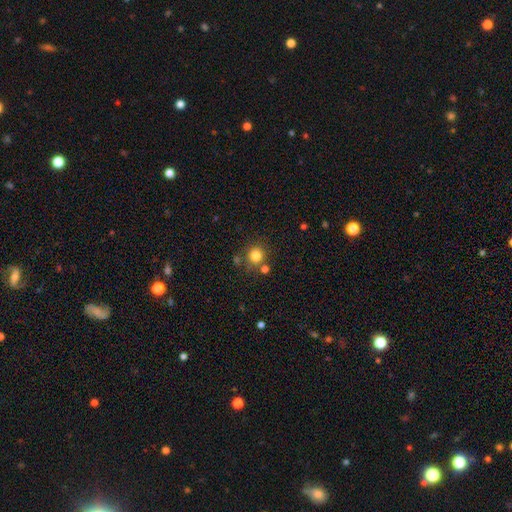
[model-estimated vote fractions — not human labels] Morphology: type=smooth (81%); roundness=round (91%); merging=none (76%).